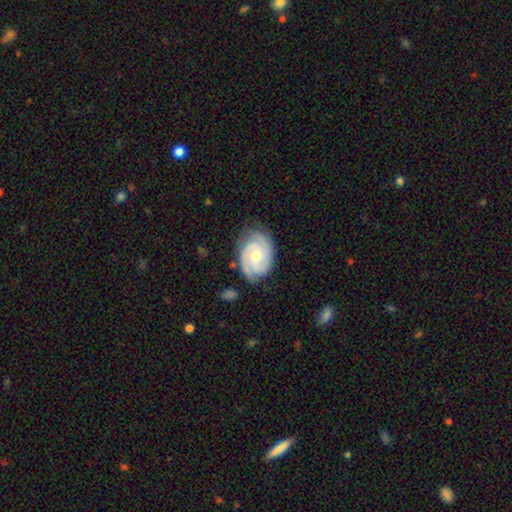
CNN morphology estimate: featured or disk 85%, smooth 10%, star or artifact 5%. Down the decision tree: edge-on disk — no (97%); bar — no (69%); spiral arms — yes (97%); spiral arm count — 2 (40%); spiral winding — tight (69%); bulge size — moderate (49%); merging — none (78%).